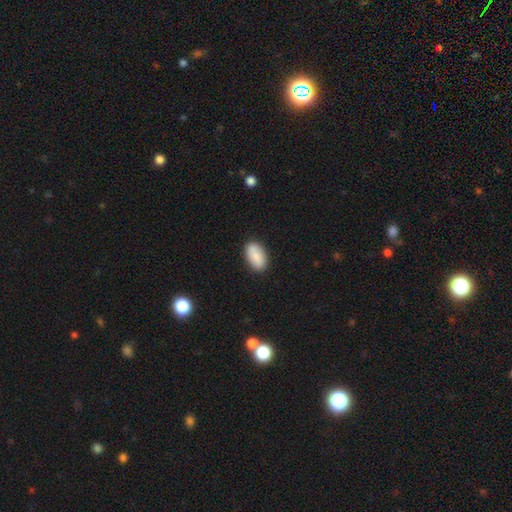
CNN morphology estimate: smooth-or-featured: smooth: 85% | featured or disk: 8% | star or artifact: 6%
  how-rounded: in between: 93% | round: 4% | cigar-shaped: 2%
  merging: none: 87% | minor disturbance: 10% | major disturbance: 2% | merger: 1%